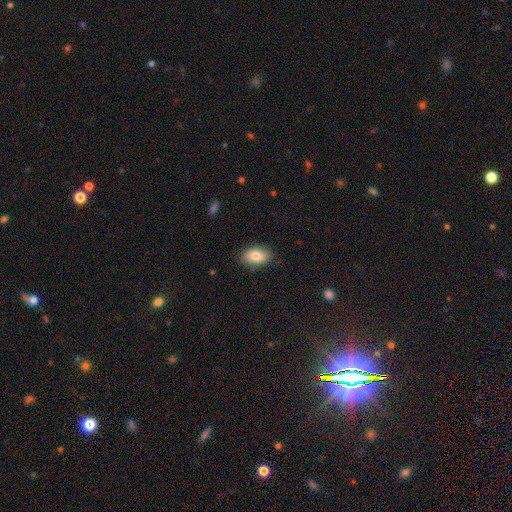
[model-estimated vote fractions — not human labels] Smooth or featured? Predicted: smooth (p=0.80). How rounded? Predicted: in between (p=0.89). Merging? Predicted: none (p=0.85).